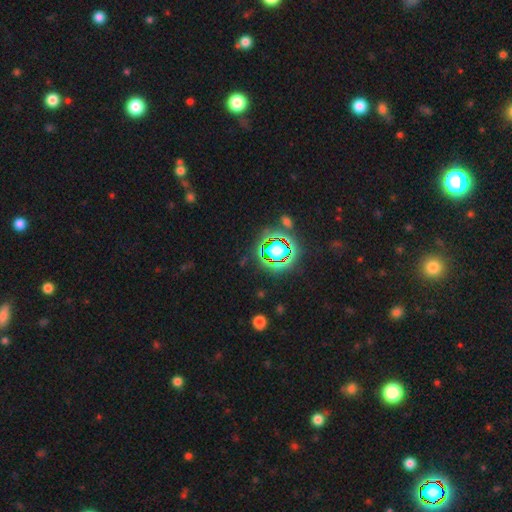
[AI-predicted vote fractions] This appears to be a star or artifact, not a galaxy (79%).